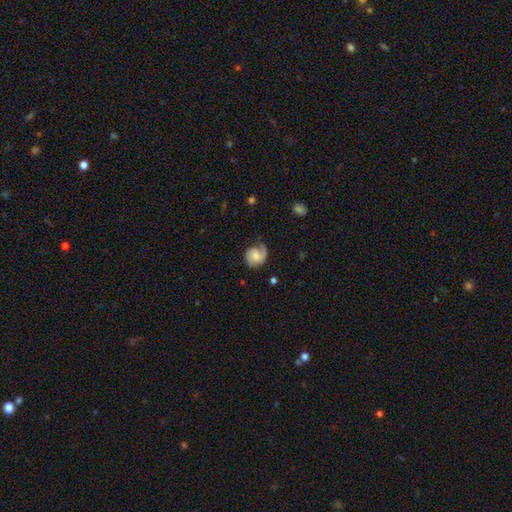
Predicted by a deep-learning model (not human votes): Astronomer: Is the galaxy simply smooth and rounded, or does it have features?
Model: featured or disk — 59%.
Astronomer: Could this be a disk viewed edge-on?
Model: no — 98%.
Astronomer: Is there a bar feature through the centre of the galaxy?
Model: no — 62%.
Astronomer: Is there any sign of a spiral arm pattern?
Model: yes — 92%.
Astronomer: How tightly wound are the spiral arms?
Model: medium — 38% (runner-up: tight, 36%).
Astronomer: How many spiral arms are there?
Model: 1 — 56% (runner-up: 2, 34%).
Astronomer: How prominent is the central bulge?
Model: small — 42% (runner-up: moderate, 37%).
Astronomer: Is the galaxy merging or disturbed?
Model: none — 58%.